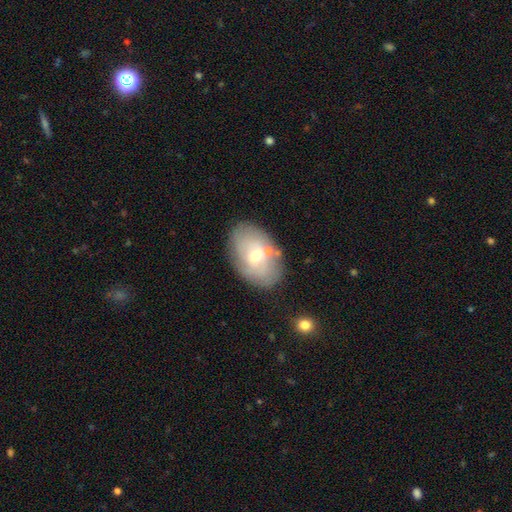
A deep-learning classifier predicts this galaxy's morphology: Smooth or featured? smooth (48%)
Merging? none (75%)